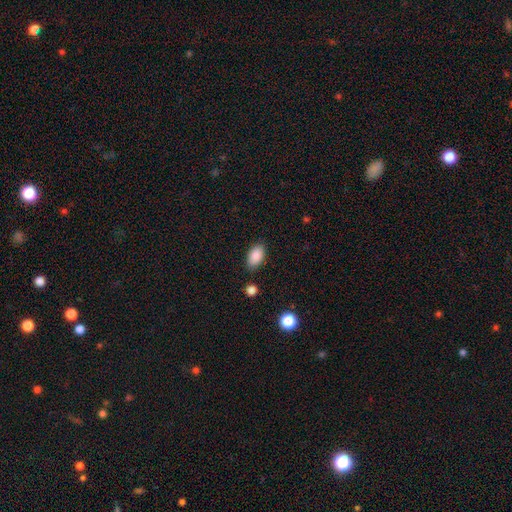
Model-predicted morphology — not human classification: Smooth or featured? smooth (89%)
How rounded? in between (92%)
Merging? none (83%)